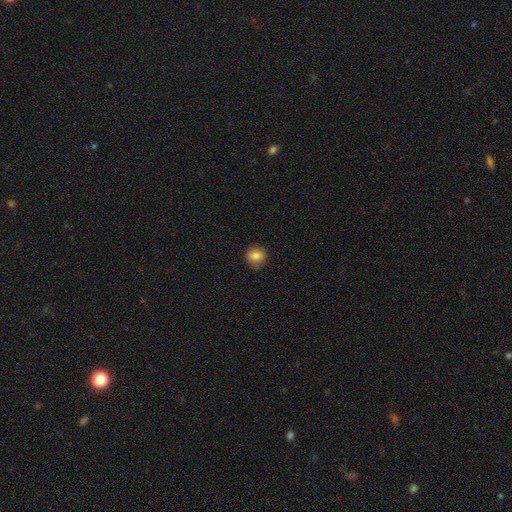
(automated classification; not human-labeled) Smooth or featured?
  - smooth: 84% *
  - star or artifact: 9%
  - featured or disk: 7%
How rounded?
  - round: 81% *
  - in between: 18%
  - cigar-shaped: 1%
Merging?
  - none: 79% *
  - minor disturbance: 17%
  - major disturbance: 3%
  - merger: 1%